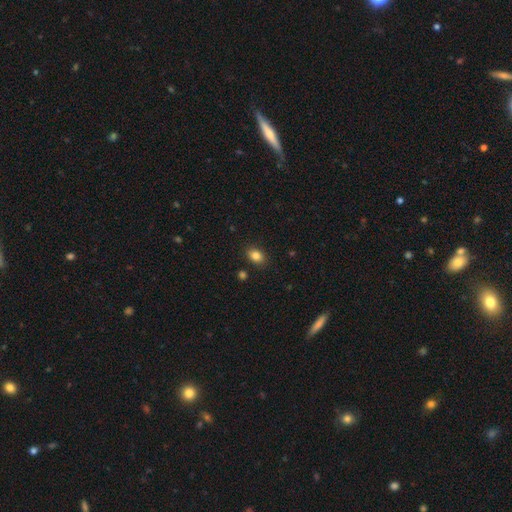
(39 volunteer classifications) smooth-or-featured: smooth: 92% | featured or disk: 5% | star or artifact: 3%
  how-rounded: in between: 78% | round: 22% | cigar-shaped: 0%
  merging: none: 87% | major disturbance: 5% | merger: 5% | minor disturbance: 3%